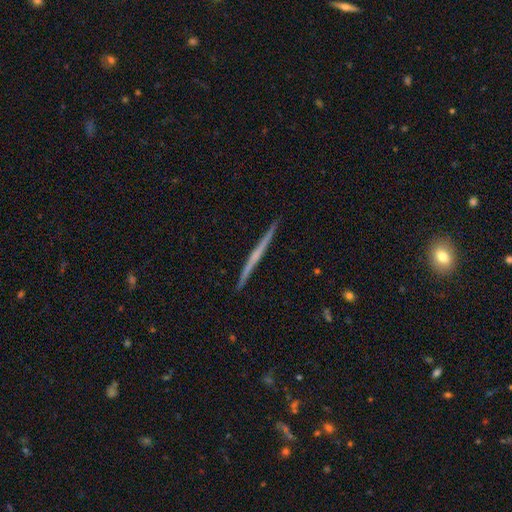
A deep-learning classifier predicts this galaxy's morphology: smooth-or-featured: featured or disk: 65% | smooth: 30% | star or artifact: 6%
  disk-edge-on: yes: 98% | no: 2%
    edge-on-bulge: none: 77% | rounded: 18% | boxy: 5%
  merging: none: 92% | minor disturbance: 5% | major disturbance: 1% | merger: 1%